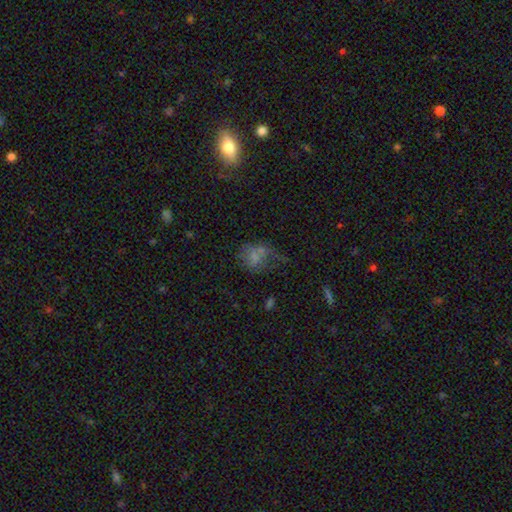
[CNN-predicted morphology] type=smooth (55%); roundness=round (57%); merging=none (34%).